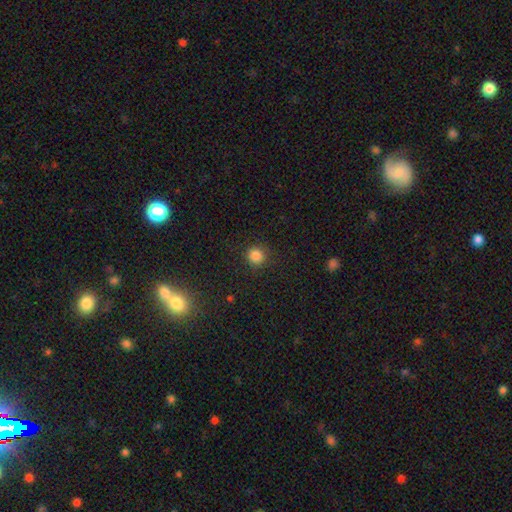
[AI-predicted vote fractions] smooth 83%, star or artifact 13%, featured or disk 4%. Down the decision tree: how rounded — round (93%); merging — none (88%).